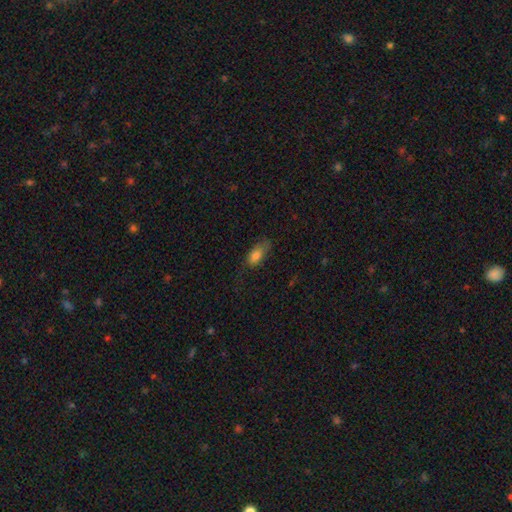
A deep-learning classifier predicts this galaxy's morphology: smooth 81%, featured or disk 11%, star or artifact 8%. Down the decision tree: how rounded — in between (86%); merging — none (52%).